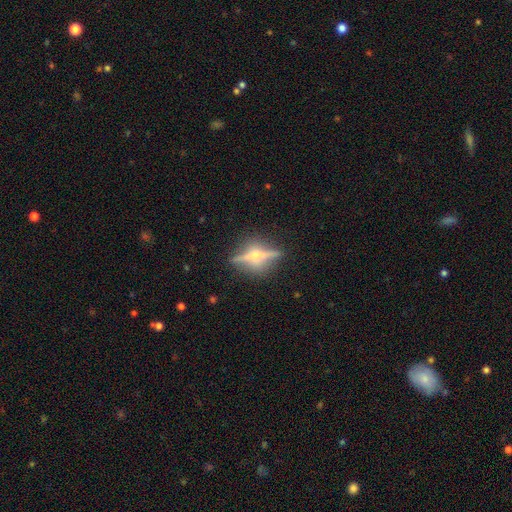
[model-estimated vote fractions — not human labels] Smooth or featured?
  - featured or disk: 75% *
  - smooth: 16%
  - star or artifact: 9%
Edge-on disk?
  - yes: 92% *
  - no: 8%
Edge-on bulge?
  - rounded: 92% *
  - boxy: 4%
  - none: 4%
Merging?
  - none: 81% *
  - minor disturbance: 12%
  - major disturbance: 5%
  - merger: 2%